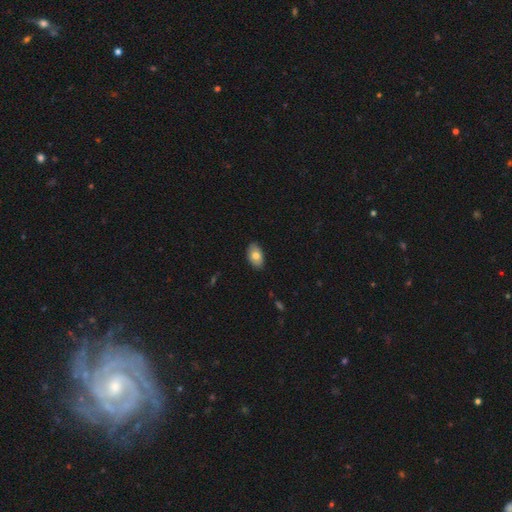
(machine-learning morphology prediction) Smooth or featured?
  - smooth: 77% *
  - featured or disk: 16%
  - star or artifact: 7%
How rounded?
  - in between: 92% *
  - round: 7%
  - cigar-shaped: 1%
Merging?
  - none: 84% *
  - minor disturbance: 13%
  - major disturbance: 2%
  - merger: 1%